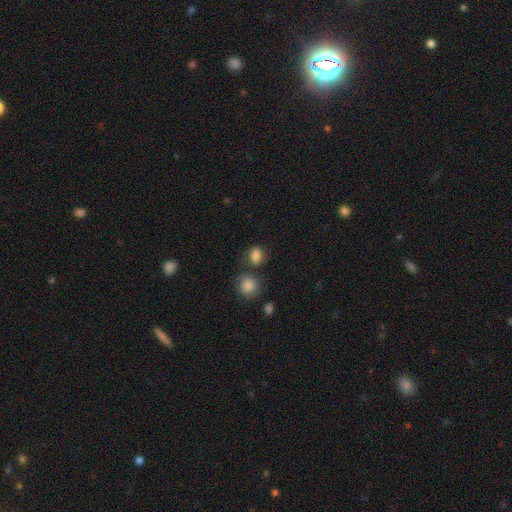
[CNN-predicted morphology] Smooth or featured?
  - smooth: 82% *
  - star or artifact: 11%
  - featured or disk: 7%
How rounded?
  - in between: 58% *
  - round: 41%
  - cigar-shaped: 2%
Merging?
  - none: 57% *
  - minor disturbance: 18%
  - merger: 18%
  - major disturbance: 7%